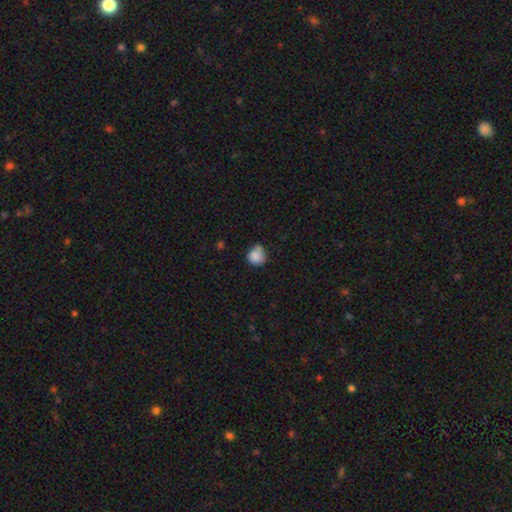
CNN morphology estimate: type=smooth (84%); roundness=round (83%); merging=none (52%).